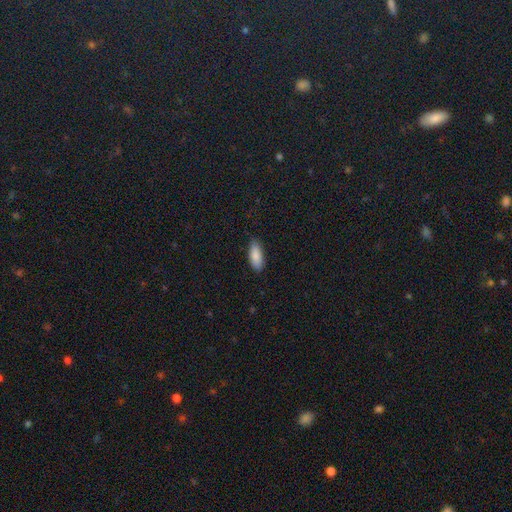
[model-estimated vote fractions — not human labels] smooth-or-featured: smooth: 88% | star or artifact: 6% | featured or disk: 6%
  how-rounded: in between: 82% | cigar-shaped: 16% | round: 2%
  merging: none: 81% | minor disturbance: 16% | major disturbance: 2% | merger: 1%